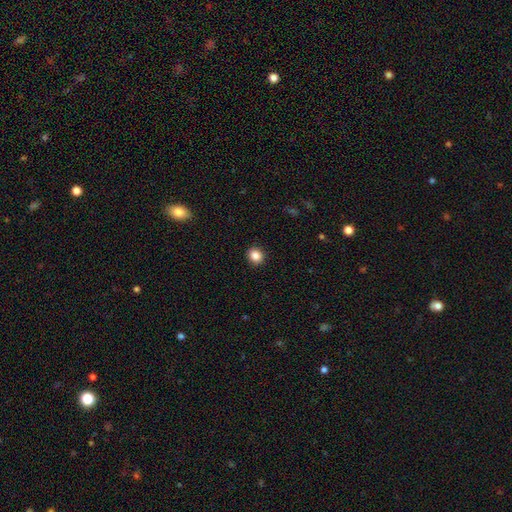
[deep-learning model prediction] Smooth or featured?
  - smooth: 86% *
  - star or artifact: 10%
  - featured or disk: 4%
How rounded?
  - round: 80% *
  - in between: 19%
  - cigar-shaped: 1%
Merging?
  - none: 92% *
  - minor disturbance: 6%
  - major disturbance: 2%
  - merger: 1%